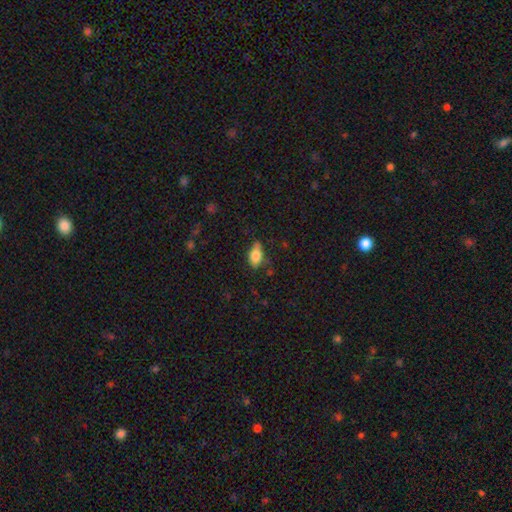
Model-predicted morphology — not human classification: Smooth or featured: smooth — 81% (featured or disk — 11%)
How rounded: in between — 88% (round — 8%)
Merging: none — 59% (minor disturbance — 29%)